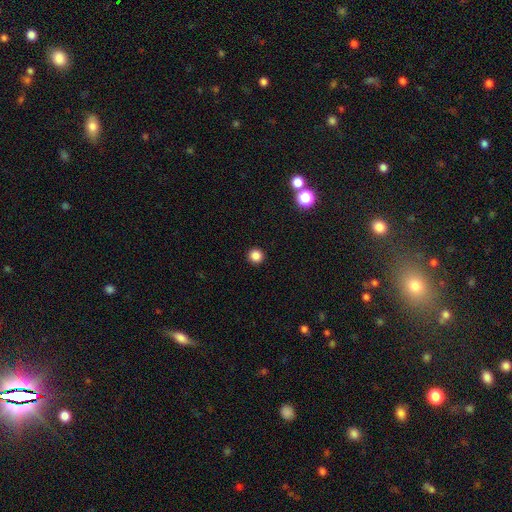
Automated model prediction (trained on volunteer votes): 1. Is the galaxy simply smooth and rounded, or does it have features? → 84% smooth, 12% star or artifact, 3% featured or disk.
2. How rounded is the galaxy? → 96% round, 3% in between, 1% cigar-shaped.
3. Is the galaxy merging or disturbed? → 93% none, 4% minor disturbance, 2% major disturbance, 1% merger.